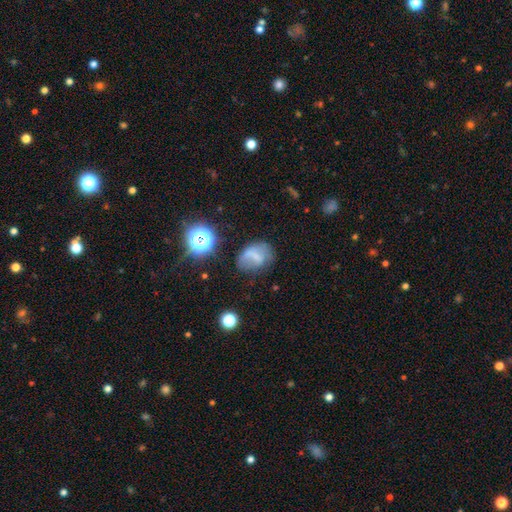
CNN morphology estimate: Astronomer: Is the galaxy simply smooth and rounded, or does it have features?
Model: smooth — 52% (runner-up: featured or disk, 31%).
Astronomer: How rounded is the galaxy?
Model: in between — 68%.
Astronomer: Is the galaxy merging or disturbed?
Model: none — 46% (runner-up: minor disturbance, 28%).